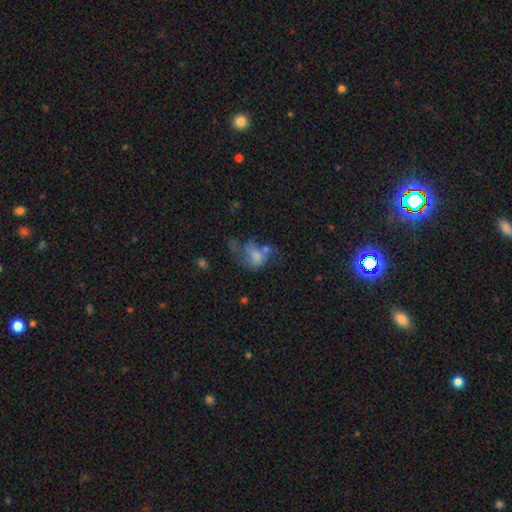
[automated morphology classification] A smooth galaxy with no disk features (47%).

Vote fractions:
- Smooth or featured? smooth: 47% / featured or disk: 41% / star or artifact: 12%
- Merging? major disturbance: 42% / merger: 24% / none: 19% / minor disturbance: 15%